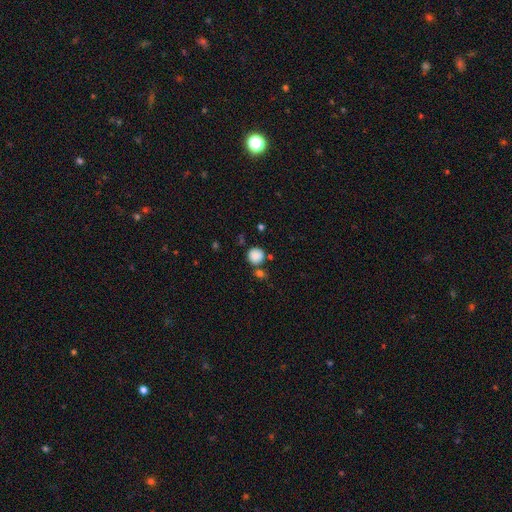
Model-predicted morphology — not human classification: Q: Smooth or featured?
A: smooth (86%); runner-up: star or artifact (9%)
Q: How rounded?
A: round (92%); runner-up: in between (7%)
Q: Merging?
A: none (73%); runner-up: merger (12%)